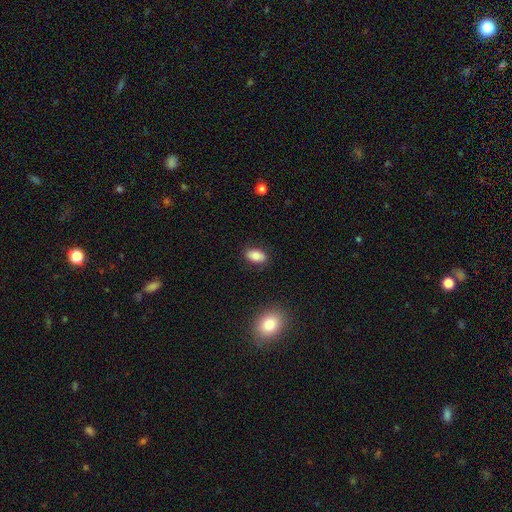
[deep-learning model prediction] smooth_or_featured: smooth (p=0.82) [alt: featured or disk p=0.10]
how_rounded: in between (p=0.91) [alt: round p=0.06]
merging: none (p=0.85) [alt: minor disturbance p=0.11]